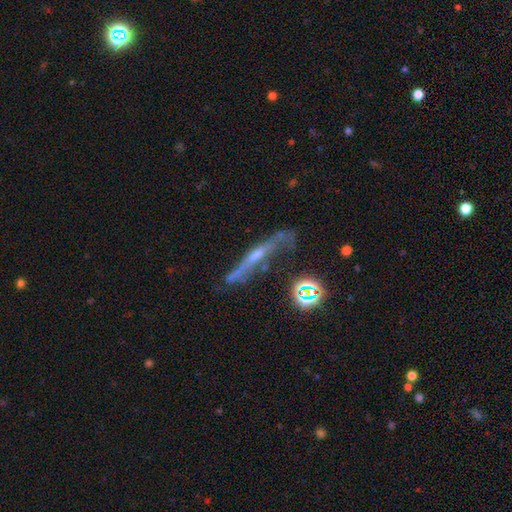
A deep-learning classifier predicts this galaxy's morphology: The model was most divided on "merging": none: 49%, minor disturbance: 26%, major disturbance: 17%, merger: 8%. More confident: edge-on disk — yes (77%); smooth or featured — featured or disk (61%).